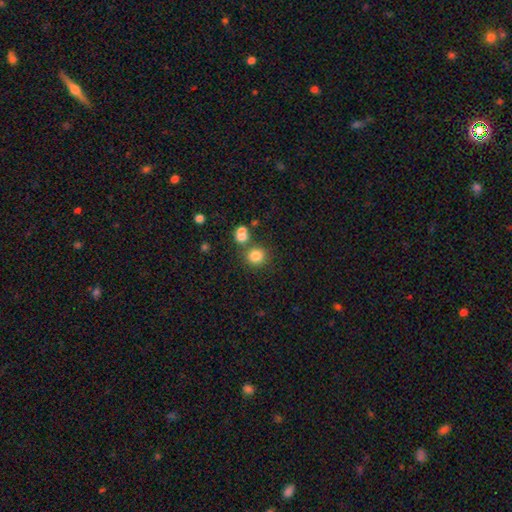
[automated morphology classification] Overall: smooth (81%). How rounded: round (88%). Merging: none (72%).